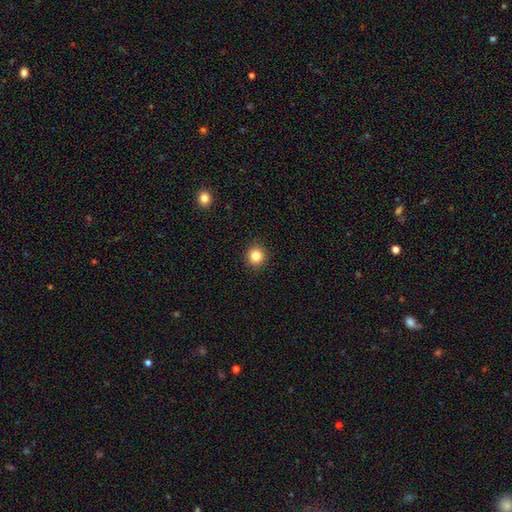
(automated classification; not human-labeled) Smooth or featured? smooth (83%)
How rounded? round (94%)
Merging? none (92%)